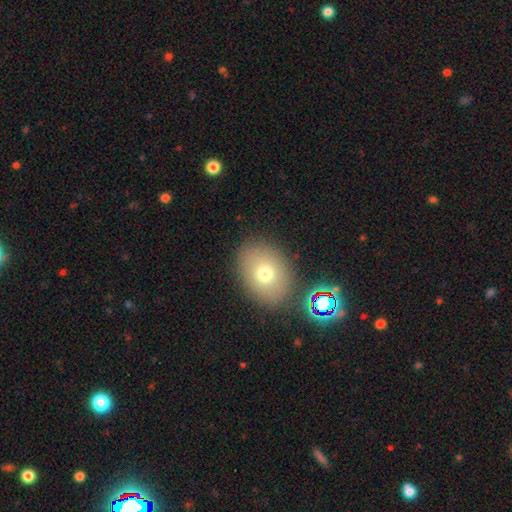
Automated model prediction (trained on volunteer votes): smooth_or_featured: smooth (p=0.69) [alt: featured or disk p=0.16]
how_rounded: in between (p=0.66) [alt: round p=0.33]
merging: none (p=0.83) [alt: minor disturbance p=0.10]